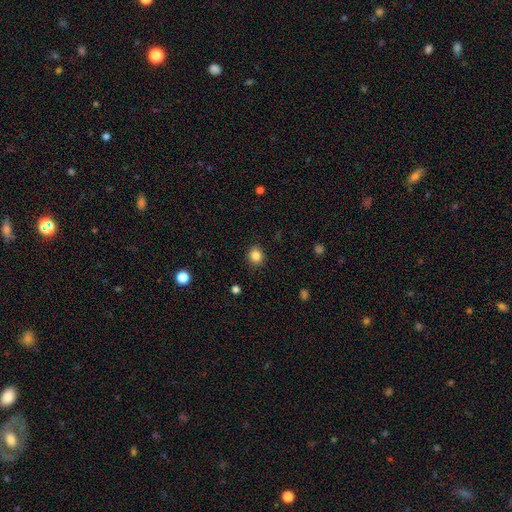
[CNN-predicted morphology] Smooth or featured? smooth (85%)
How rounded? round (77%)
Merging? none (90%)